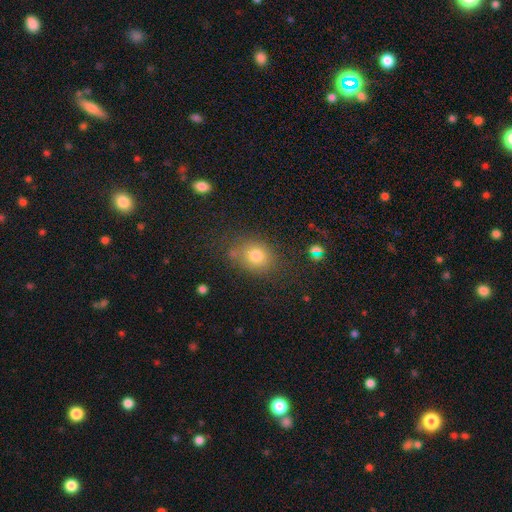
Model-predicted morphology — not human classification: The model was most divided on "how rounded": round: 60%, in between: 39%, cigar-shaped: 1%. More confident: smooth or featured — smooth (78%); merging — none (73%).